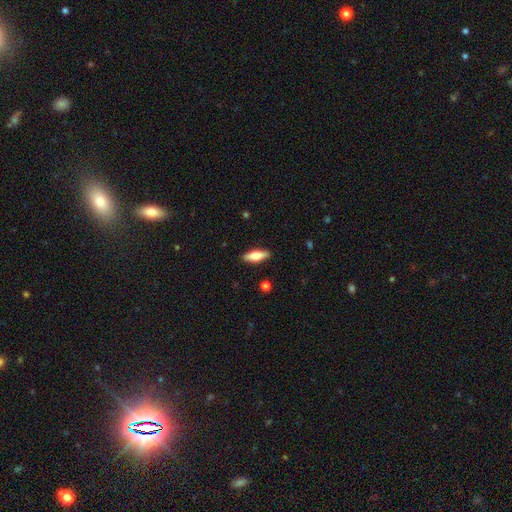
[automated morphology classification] This appears to be a smooth galaxy with no disk features (61%) that is in between round and cigar-shaped (49%). Merging: none (89%).